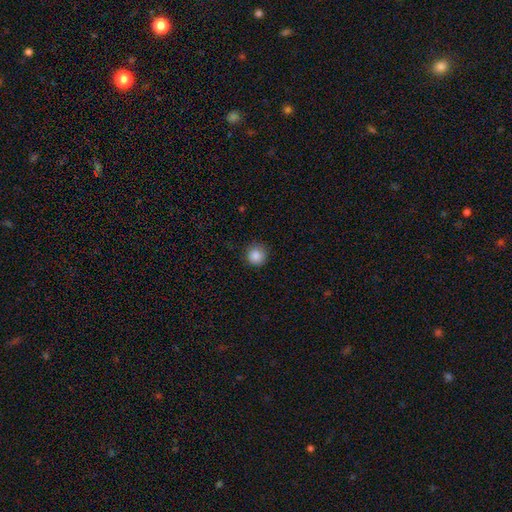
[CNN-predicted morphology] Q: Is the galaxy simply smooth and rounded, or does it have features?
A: smooth — 86%.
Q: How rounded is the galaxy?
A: round — 95%.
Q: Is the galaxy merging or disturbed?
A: none — 87%.